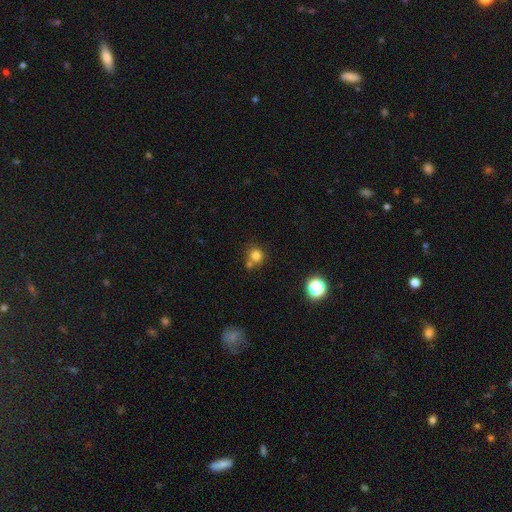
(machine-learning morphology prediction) Overall: smooth (79%). How rounded: round (89%). Merging: none (64%).